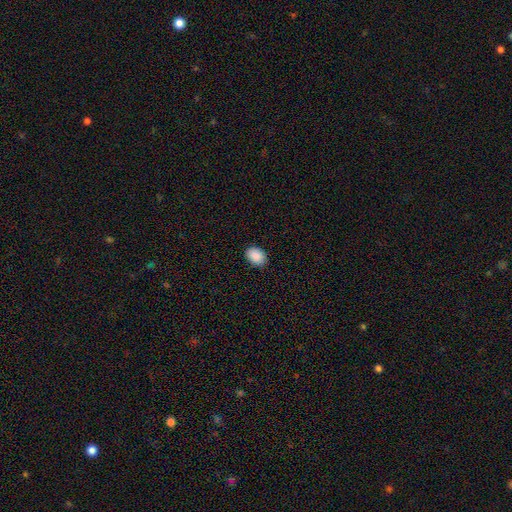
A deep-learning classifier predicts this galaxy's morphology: smooth_or_featured: smooth (p=0.89) [alt: star or artifact p=0.08]
how_rounded: in between (p=0.72) [alt: round p=0.27]
merging: none (p=0.86) [alt: minor disturbance p=0.11]